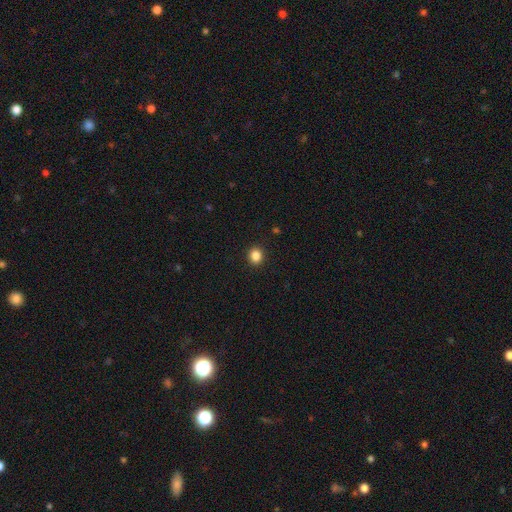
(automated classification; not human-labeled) This is clearly a smooth galaxy (85%). How rounded: likely round (78%). Merging: clearly none (92%).